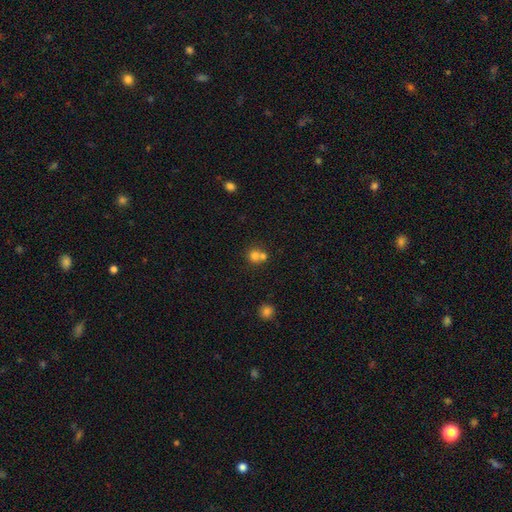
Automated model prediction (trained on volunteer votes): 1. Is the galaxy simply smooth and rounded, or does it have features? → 74% smooth, 13% star or artifact, 13% featured or disk.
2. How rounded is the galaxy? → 87% round, 12% in between, 1% cigar-shaped.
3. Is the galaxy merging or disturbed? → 52% merger, 40% none, 5% minor disturbance, 2% major disturbance.